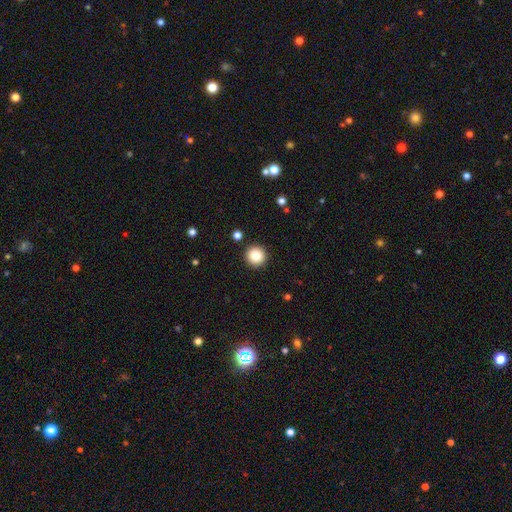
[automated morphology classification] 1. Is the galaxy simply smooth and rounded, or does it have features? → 84% smooth, 10% star or artifact, 6% featured or disk.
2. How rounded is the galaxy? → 95% round, 4% in between, 1% cigar-shaped.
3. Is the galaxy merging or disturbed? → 91% none, 5% minor disturbance, 2% major disturbance, 2% merger.